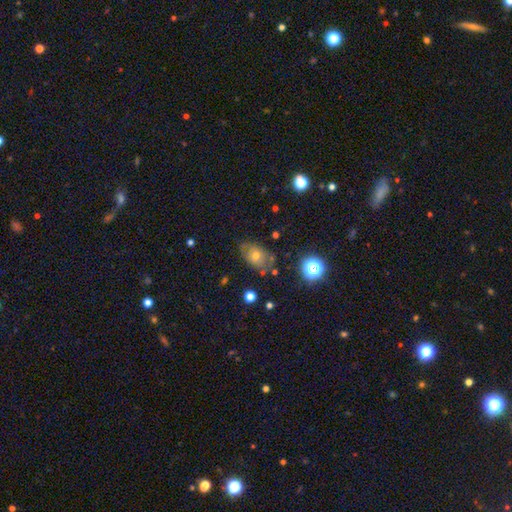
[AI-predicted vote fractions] Smooth or featured? smooth (54%)
How rounded? in between (75%)
Merging? none (64%)